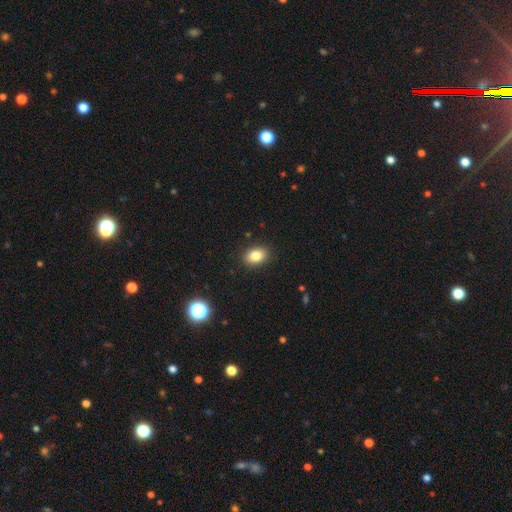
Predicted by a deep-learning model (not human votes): A smooth galaxy with no disk features (83%) that is in between round and cigar-shaped (77%). Merging: none (89%).